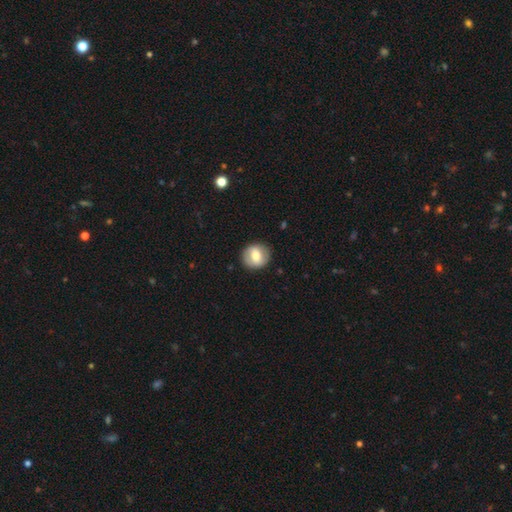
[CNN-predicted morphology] smooth-or-featured: smooth: 61% | featured or disk: 31% | star or artifact: 7%
  how-rounded: round: 82% | in between: 17% | cigar-shaped: 1%
  merging: none: 87% | minor disturbance: 9% | major disturbance: 3% | merger: 1%